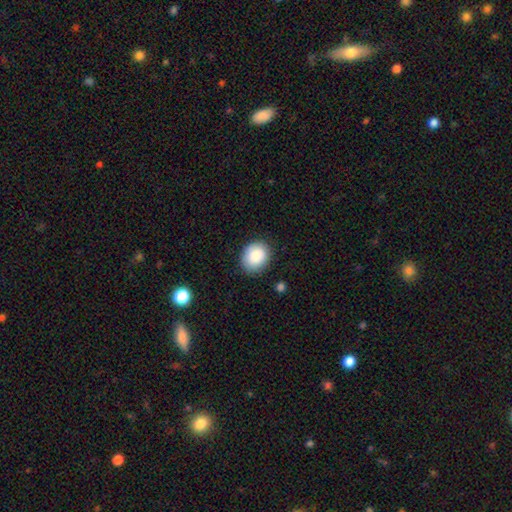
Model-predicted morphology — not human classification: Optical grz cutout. It shows a smooth galaxy with no disk features (86%) that is round (56%). Merging: none (85%).